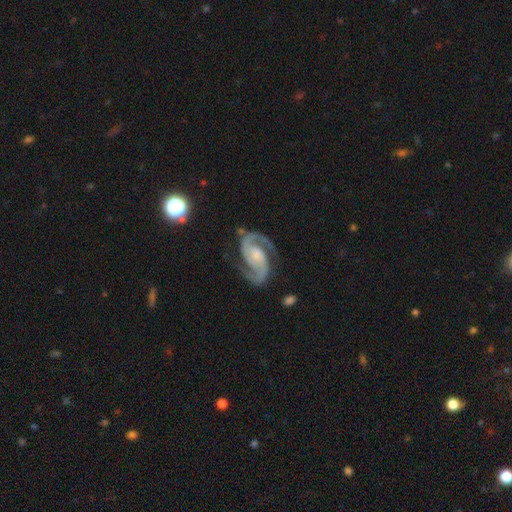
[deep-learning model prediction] featured or disk 93%, star or artifact 4%, smooth 3%. Down the decision tree: edge-on disk — no (98%); bar — no (47%); spiral arms — yes (99%); spiral arm count — 2 (94%); spiral winding — medium (62%); bulge size — moderate (35%); merging — none (77%).